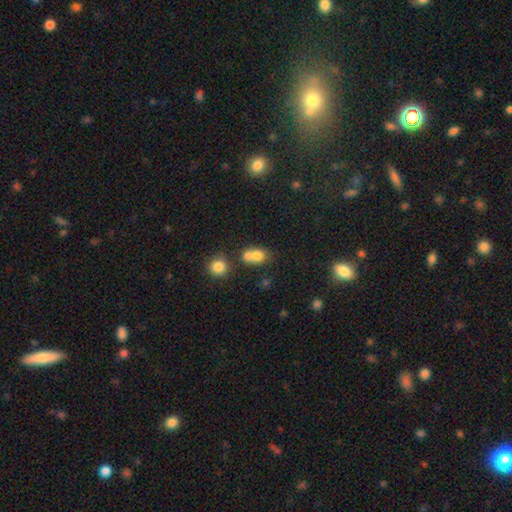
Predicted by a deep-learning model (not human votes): Smooth or featured? Predicted: smooth (p=0.75). How rounded? Predicted: round (p=0.60). Merging? Predicted: merger (p=0.56).